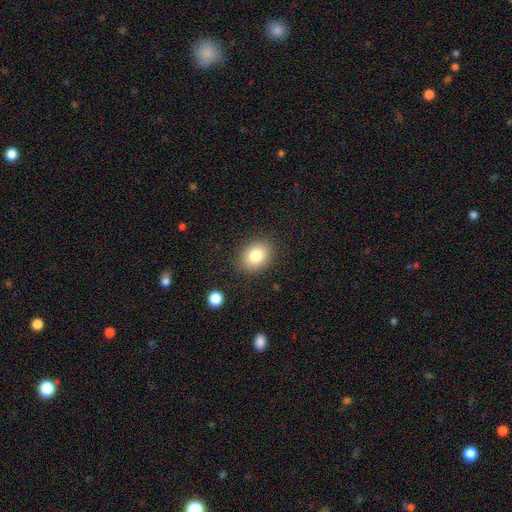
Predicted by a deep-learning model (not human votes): This appears to be a smooth galaxy with no disk features (82%) that is in between round and cigar-shaped (60%). Merging: none (86%).